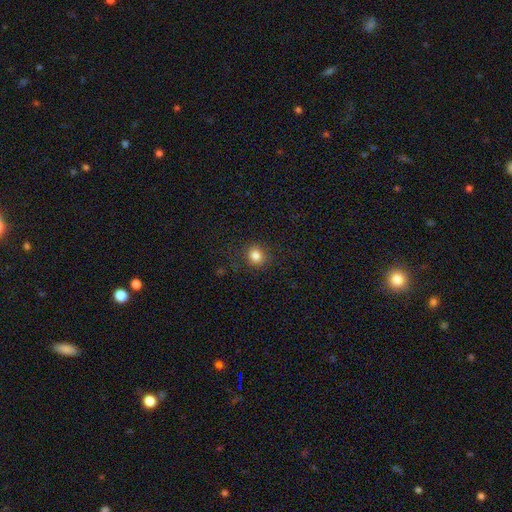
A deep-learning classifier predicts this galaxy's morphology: This is clearly a smooth galaxy (83%). How rounded: clearly round (83%). Merging: clearly none (87%).